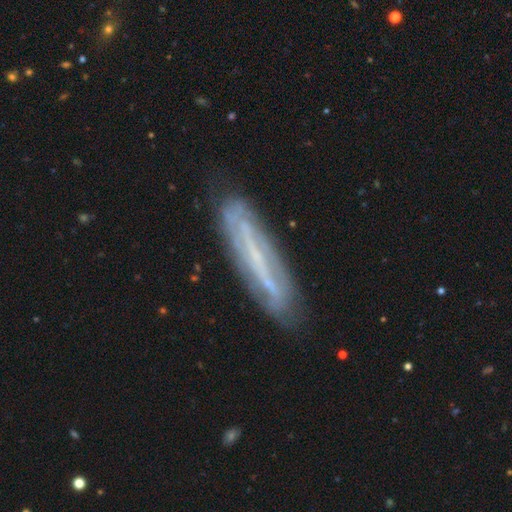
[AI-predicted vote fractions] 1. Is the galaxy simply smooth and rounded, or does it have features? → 64% featured or disk, 28% smooth, 9% star or artifact.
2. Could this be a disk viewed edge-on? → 52% yes, 48% no.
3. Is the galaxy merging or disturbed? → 77% none, 16% minor disturbance, 5% major disturbance, 2% merger.